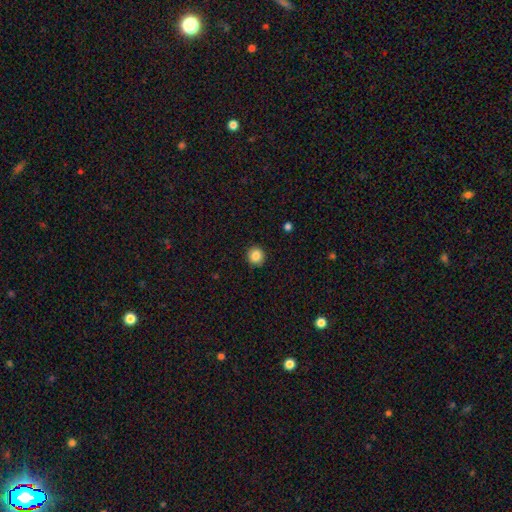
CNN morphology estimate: The model was most divided on "smooth or featured": smooth: 86%, star or artifact: 10%, featured or disk: 4%. More confident: how rounded — round (92%); merging — none (91%).